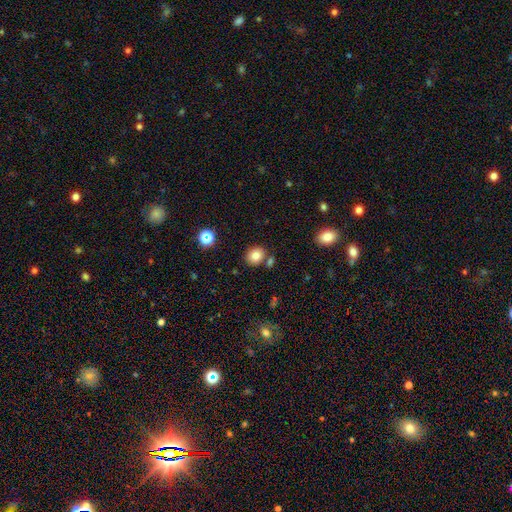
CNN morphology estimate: A smooth galaxy with no disk features (80%) that is round (70%). Merging: none (77%).